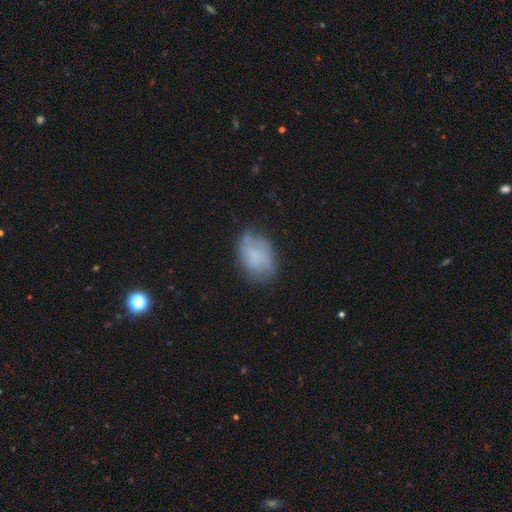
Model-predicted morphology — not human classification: type=smooth (64%); roundness=in between (82%); merging=none (57%).